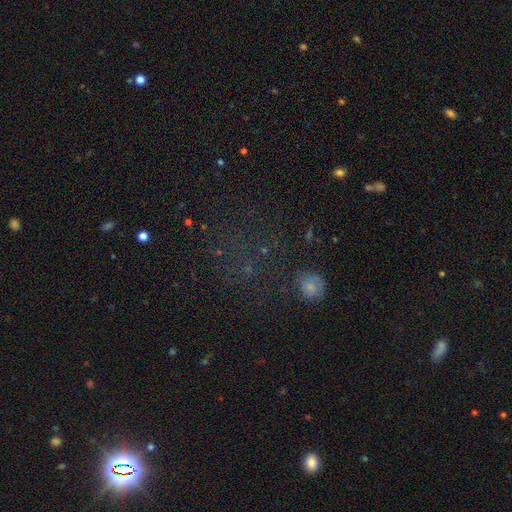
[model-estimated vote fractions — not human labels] smooth-or-featured: star or artifact: 56% | smooth: 31% | featured or disk: 14%